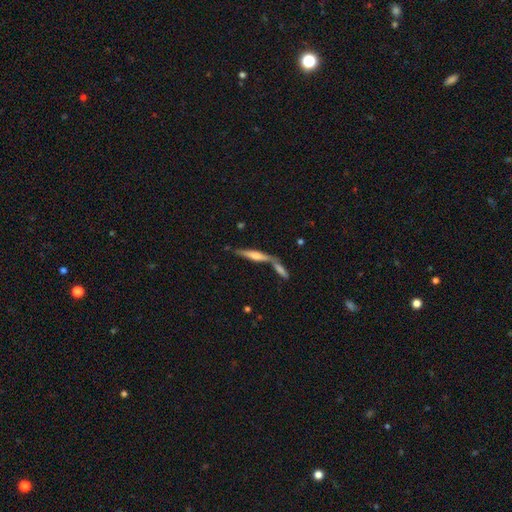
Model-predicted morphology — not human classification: A featured or disk galaxy (53%) viewed edge-on (94%).

Vote fractions:
- Smooth or featured? featured or disk: 53% / smooth: 40% / star or artifact: 7%
- Edge-on disk? yes: 94% / no: 6%
- Merging? none: 53% / merger: 34% / minor disturbance: 9% / major disturbance: 3%